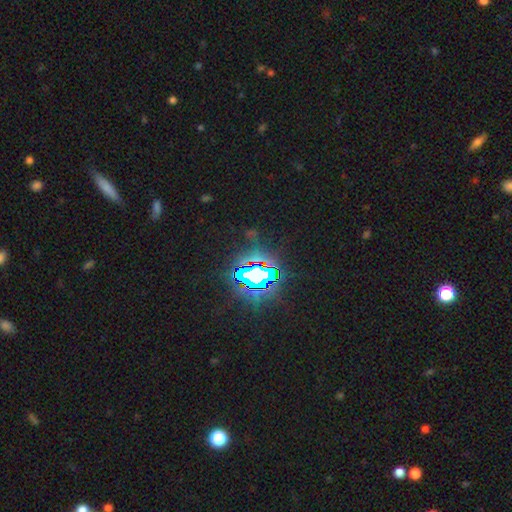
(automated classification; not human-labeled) A star or artifact, not a galaxy (81%).